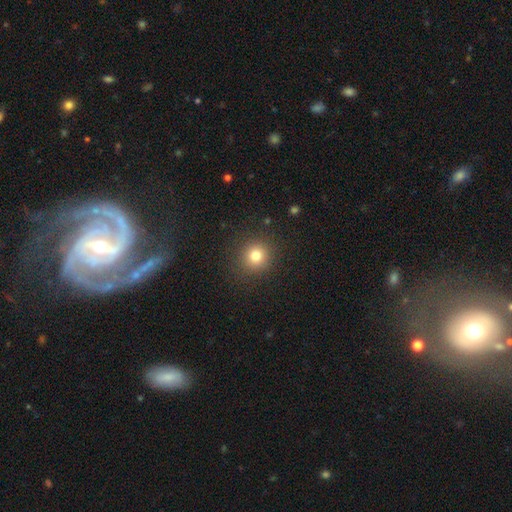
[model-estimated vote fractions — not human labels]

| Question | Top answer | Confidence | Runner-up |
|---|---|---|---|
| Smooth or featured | smooth | 79% | star or artifact (14%) |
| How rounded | round | 91% | in between (8%) |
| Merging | none | 89% | minor disturbance (7%) |